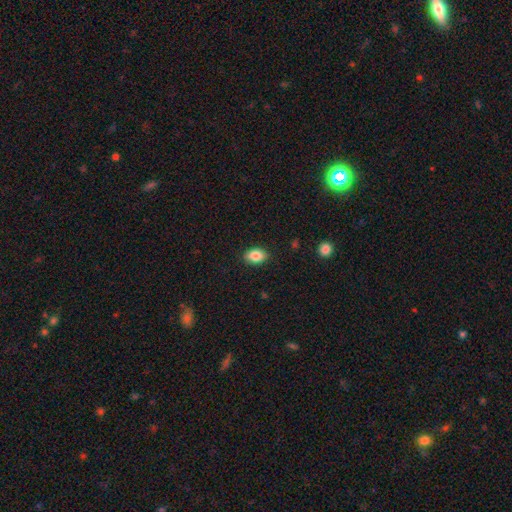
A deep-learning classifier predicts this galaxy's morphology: smooth_or_featured: smooth (p=0.86) [alt: star or artifact p=0.08]
how_rounded: in between (p=0.86) [alt: round p=0.13]
merging: none (p=0.87) [alt: minor disturbance p=0.10]